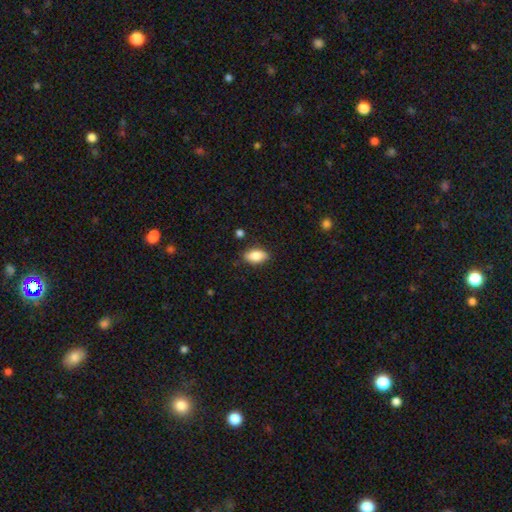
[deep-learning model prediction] Smooth or featured? Predicted: smooth (p=0.84). How rounded? Predicted: in between (p=0.89). Merging? Predicted: none (p=0.84).